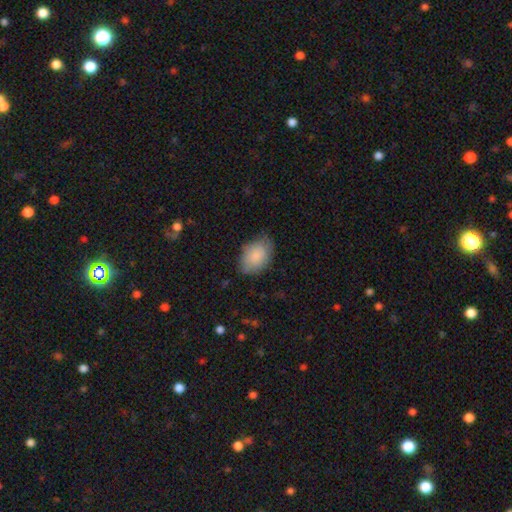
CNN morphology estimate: A smooth galaxy with no disk features (86%) that is in between round and cigar-shaped (82%).

Vote fractions:
- Smooth or featured? smooth: 86% / featured or disk: 8% / star or artifact: 6%
- How rounded? in between: 82% / round: 17% / cigar-shaped: 1%
- Merging? none: 69% / minor disturbance: 25% / major disturbance: 5% / merger: 1%